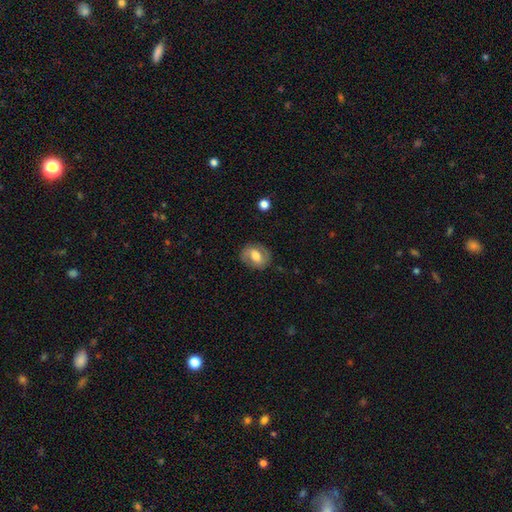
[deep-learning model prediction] A smooth galaxy with no disk features (47%).

Vote fractions:
- Smooth or featured? smooth: 47% / featured or disk: 45% / star or artifact: 8%
- Merging? none: 79% / minor disturbance: 14% / major disturbance: 5% / merger: 1%